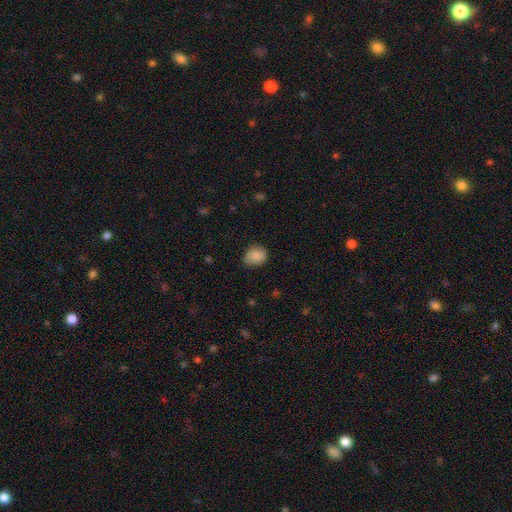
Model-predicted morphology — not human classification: This is clearly a smooth galaxy (85%). How rounded: possibly round (53%). Merging: likely none (72%).